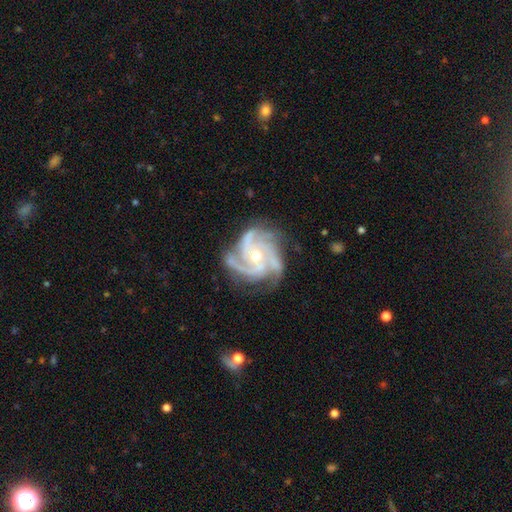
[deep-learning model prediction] Smooth or featured: featured or disk — 92% (star or artifact — 5%)
Edge-on disk: no — 98% (yes — 2%)
Bar: no — 71% (weak — 21%)
Spiral arms: yes — 99% (no — 1%)
Spiral winding: tight — 52% (medium — 43%)
Spiral arm count: 3 — 49% (4 — 33%)
Bulge size: small — 51% (moderate — 46%)
Merging: none — 74% (minor disturbance — 18%)